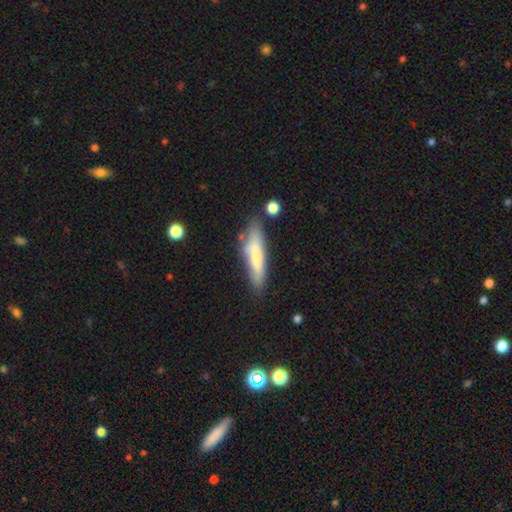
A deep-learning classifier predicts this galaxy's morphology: smooth 63%, featured or disk 30%, star or artifact 7%. Down the decision tree: how rounded — cigar-shaped (76%); merging — none (64%).